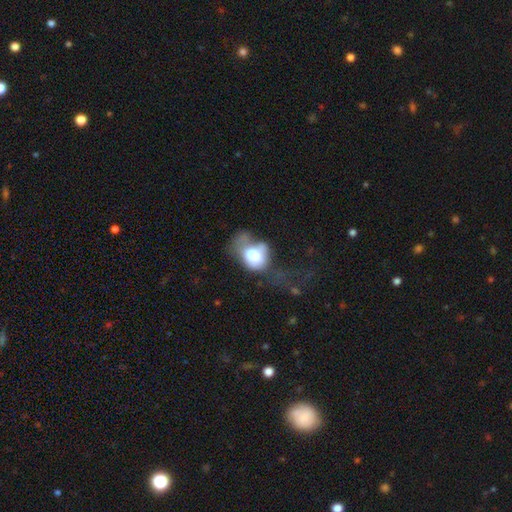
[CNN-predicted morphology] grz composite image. It shows a smooth galaxy with no disk features (65%) that is in between round and cigar-shaped (68%). Merging: major disturbance (50%).